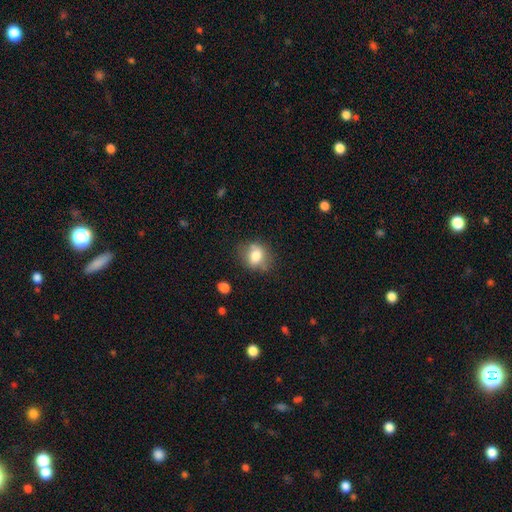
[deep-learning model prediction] Q: Smooth or featured?
A: smooth (70%); runner-up: featured or disk (21%)
Q: How rounded?
A: round (49%); tied with: in between (49%)
Q: Merging?
A: none (69%); runner-up: minor disturbance (21%)